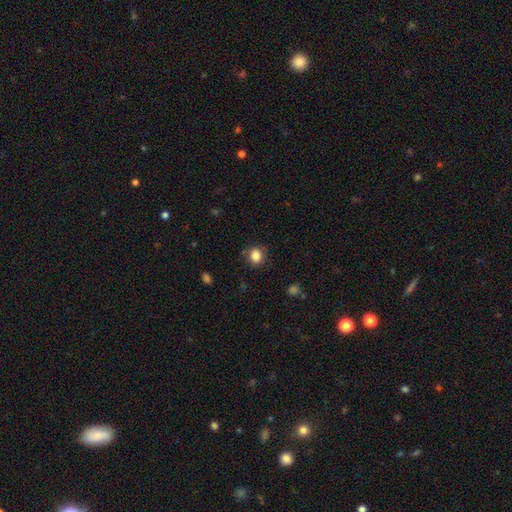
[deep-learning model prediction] A smooth galaxy with no disk features (84%) that is round (70%).

Vote fractions:
- Smooth or featured? smooth: 84% / star or artifact: 10% / featured or disk: 5%
- How rounded? round: 70% / in between: 29% / cigar-shaped: 1%
- Merging? none: 80% / minor disturbance: 14% / major disturbance: 4% / merger: 2%